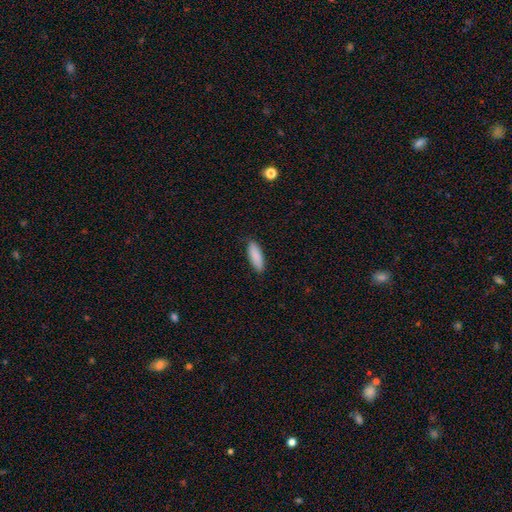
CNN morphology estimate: A smooth galaxy with no disk features (88%) that is in between round and cigar-shaped (62%). Merging: none (87%).